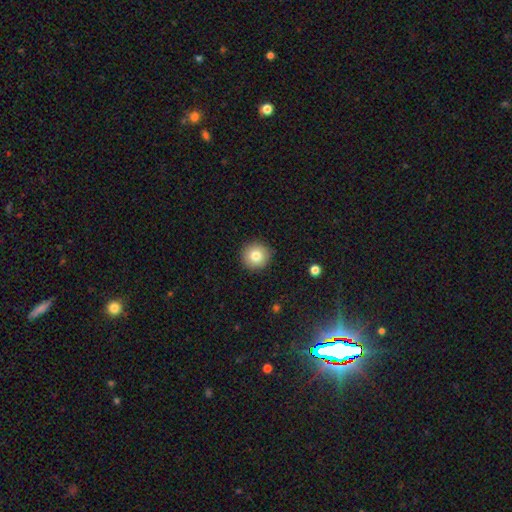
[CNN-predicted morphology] A smooth galaxy with no disk features (81%) that is round (95%).

Vote fractions:
- Smooth or featured? smooth: 81% / star or artifact: 10% / featured or disk: 9%
- How rounded? round: 95% / in between: 5% / cigar-shaped: 1%
- Merging? none: 92% / minor disturbance: 6% / major disturbance: 2% / merger: 1%